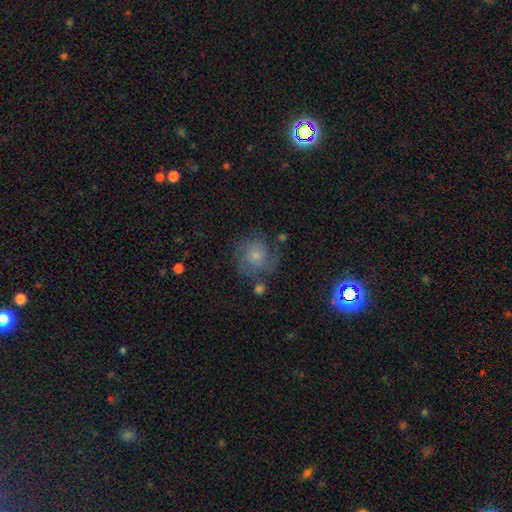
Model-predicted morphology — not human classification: smooth-or-featured: smooth: 53% | featured or disk: 34% | star or artifact: 13%
  how-rounded: round: 87% | in between: 12% | cigar-shaped: 1%
  merging: none: 64% | minor disturbance: 20% | major disturbance: 12% | merger: 4%